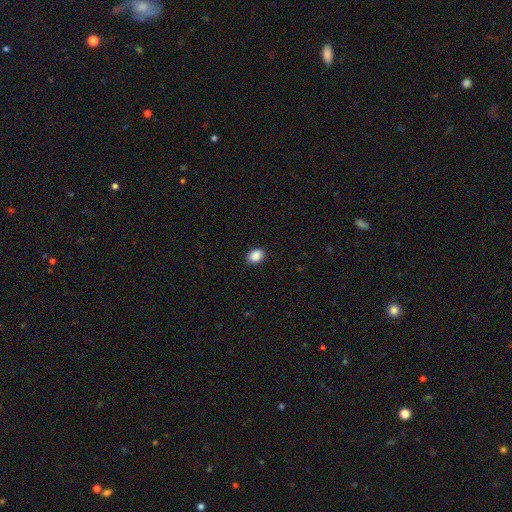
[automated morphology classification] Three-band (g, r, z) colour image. It shows a smooth galaxy with no disk features (89%) that is in between round and cigar-shaped (69%). Merging: none (88%).